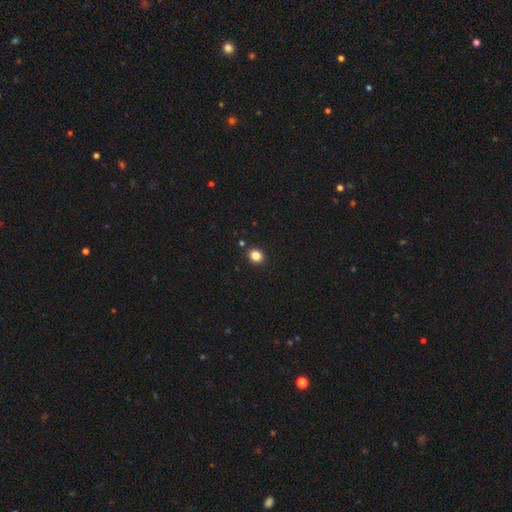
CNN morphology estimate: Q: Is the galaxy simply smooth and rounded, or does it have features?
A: smooth — 85%.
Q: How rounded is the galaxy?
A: round — 70%.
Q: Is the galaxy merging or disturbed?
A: none — 90%.